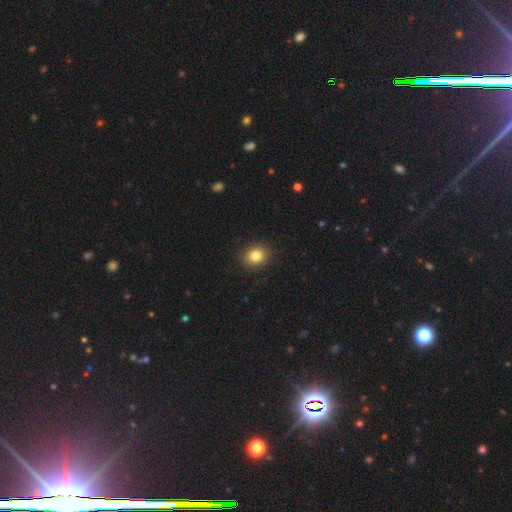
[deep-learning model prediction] Smooth or featured: smooth — 84% (star or artifact — 10%)
How rounded: round — 56% (in between — 43%)
Merging: none — 91% (minor disturbance — 6%)